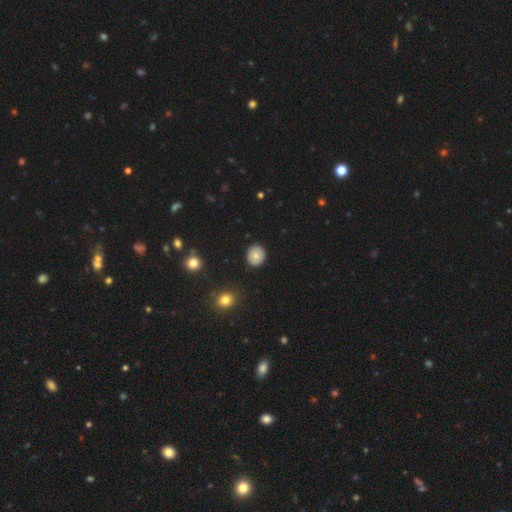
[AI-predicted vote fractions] Smooth or featured? Predicted: smooth (p=0.79). How rounded? Predicted: round (p=0.82). Merging? Predicted: none (p=0.90).